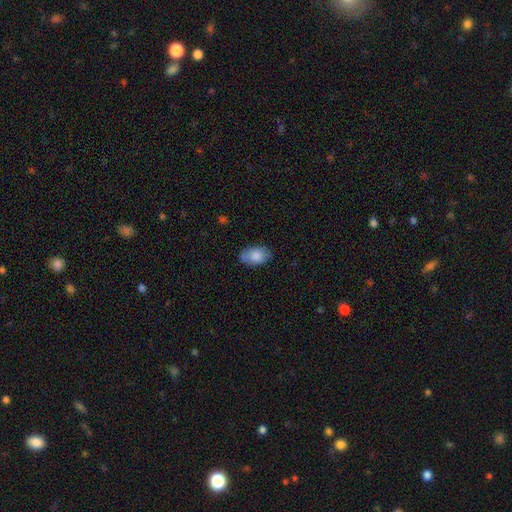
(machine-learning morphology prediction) type=smooth (82%); roundness=in between (92%); merging=none (81%).